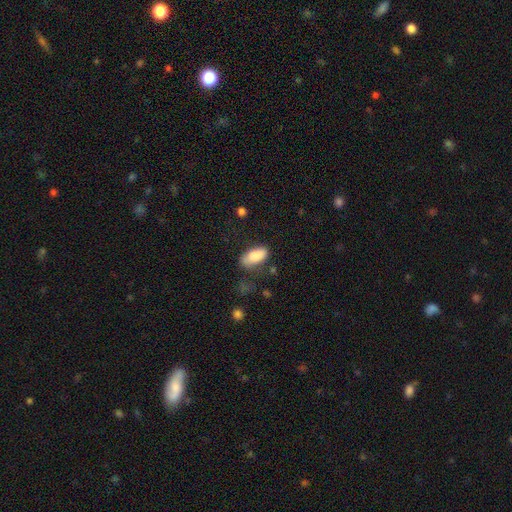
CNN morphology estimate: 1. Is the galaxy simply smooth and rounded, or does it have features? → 86% smooth, 7% featured or disk, 7% star or artifact.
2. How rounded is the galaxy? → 91% in between, 7% cigar-shaped, 3% round.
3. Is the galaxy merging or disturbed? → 56% none, 28% minor disturbance, 12% major disturbance, 4% merger.